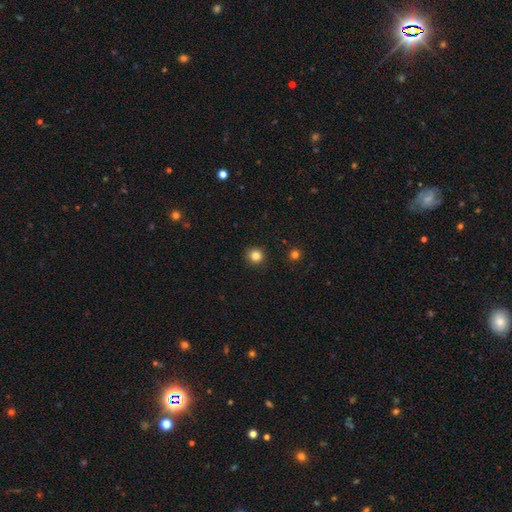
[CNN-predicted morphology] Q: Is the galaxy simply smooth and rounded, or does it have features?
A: smooth — 84%.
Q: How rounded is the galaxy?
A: round — 92%.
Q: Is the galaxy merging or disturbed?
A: none — 91%.